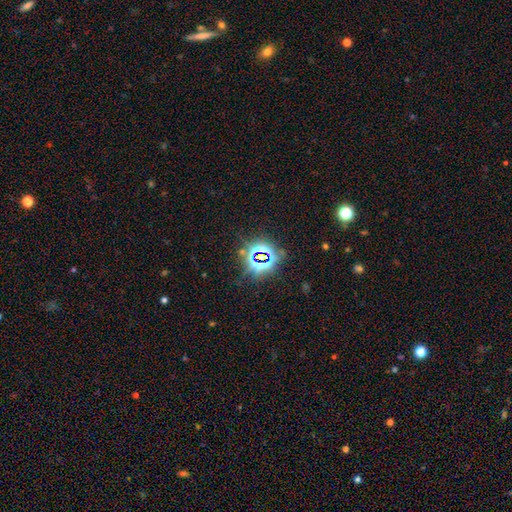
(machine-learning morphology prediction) A star or artifact, not a galaxy (79%).